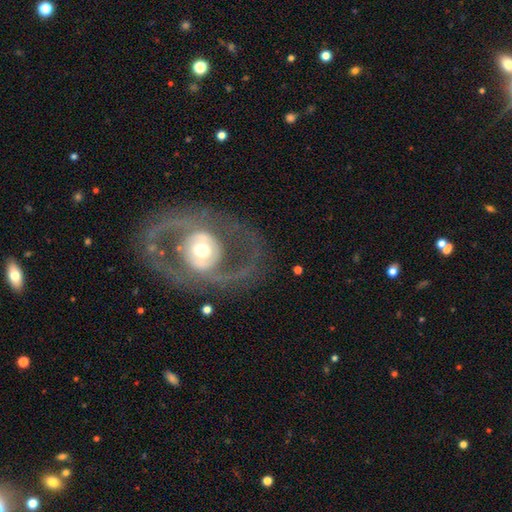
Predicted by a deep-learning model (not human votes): This appears to be a featured or disk galaxy (84%) with no bar (59%), 2 (86%) medium (50%) spiral arms (72%) and a moderate central bulge (58%). Merging: none (80%).